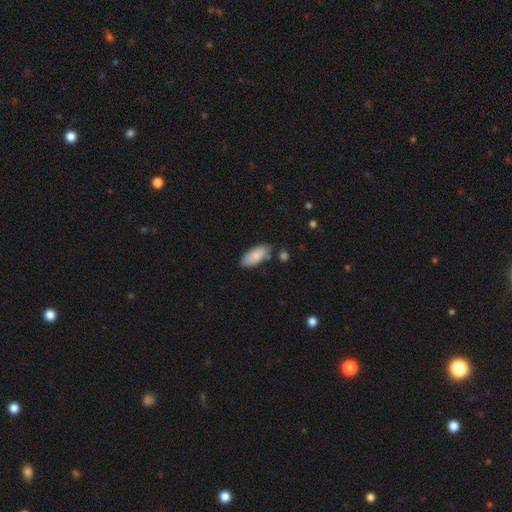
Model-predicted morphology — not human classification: Overall: smooth (86%). How rounded: in between (91%). Merging: none (71%).